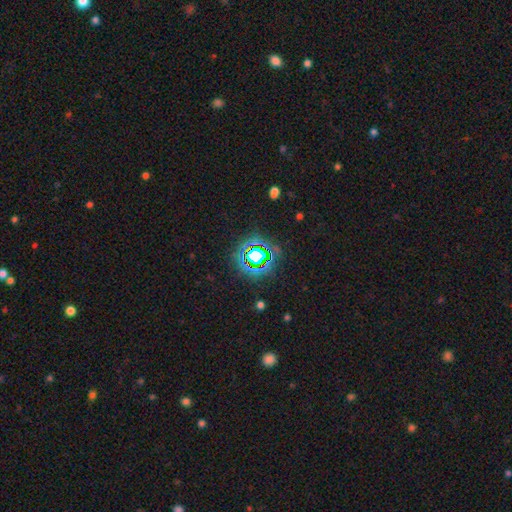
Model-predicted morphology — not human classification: Overall: star or artifact (71%).